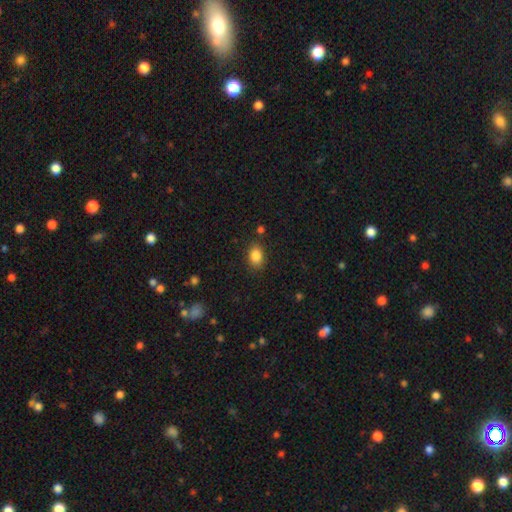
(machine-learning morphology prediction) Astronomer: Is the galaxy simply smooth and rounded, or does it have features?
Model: smooth — 86%.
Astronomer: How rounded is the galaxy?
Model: in between — 77%.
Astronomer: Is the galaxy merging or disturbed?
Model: none — 83%.